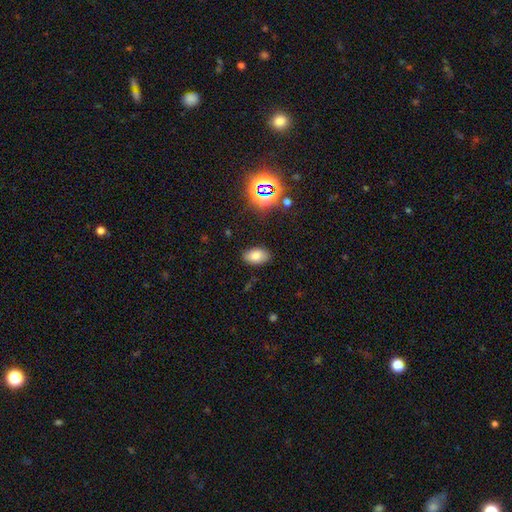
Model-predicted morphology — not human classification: The model was most divided on "smooth or featured": smooth: 76%, star or artifact: 14%, featured or disk: 10%. More confident: how rounded — in between (91%); merging — none (86%).